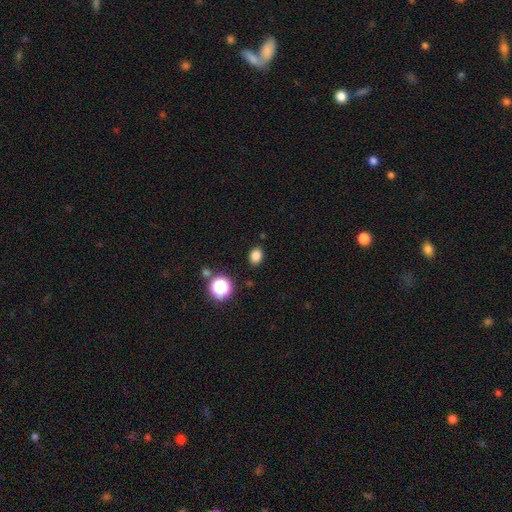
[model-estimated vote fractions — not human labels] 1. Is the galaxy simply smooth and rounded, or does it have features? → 82% smooth, 14% star or artifact, 4% featured or disk.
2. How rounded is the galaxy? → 60% in between, 39% round, 1% cigar-shaped.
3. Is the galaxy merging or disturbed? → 87% none, 9% minor disturbance, 2% major disturbance, 2% merger.